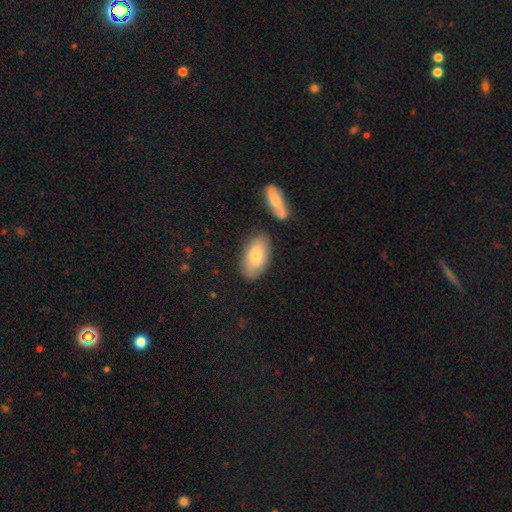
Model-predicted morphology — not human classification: This is likely a smooth galaxy (73%). How rounded: clearly in between (93%). Merging: likely none (77%).